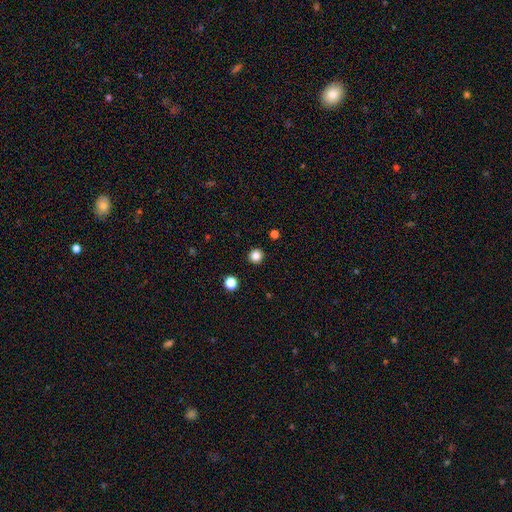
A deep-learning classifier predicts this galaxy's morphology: This appears to be a smooth galaxy with no disk features (84%) that is round (94%). Merging: none (93%).